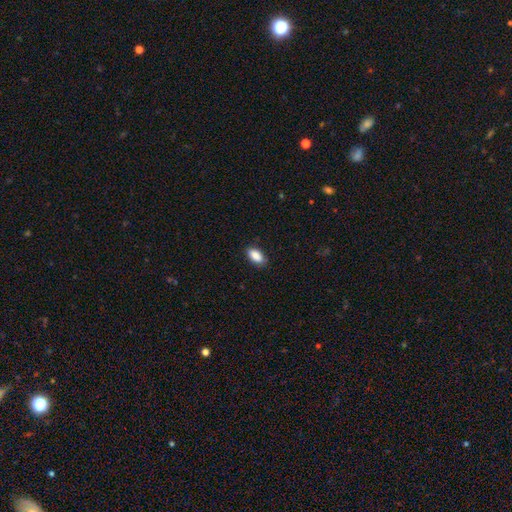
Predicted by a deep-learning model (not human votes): Smooth or featured?
  - smooth: 89% *
  - star or artifact: 7%
  - featured or disk: 4%
How rounded?
  - in between: 92% *
  - cigar-shaped: 4%
  - round: 4%
Merging?
  - none: 86% *
  - minor disturbance: 11%
  - major disturbance: 2%
  - merger: 1%